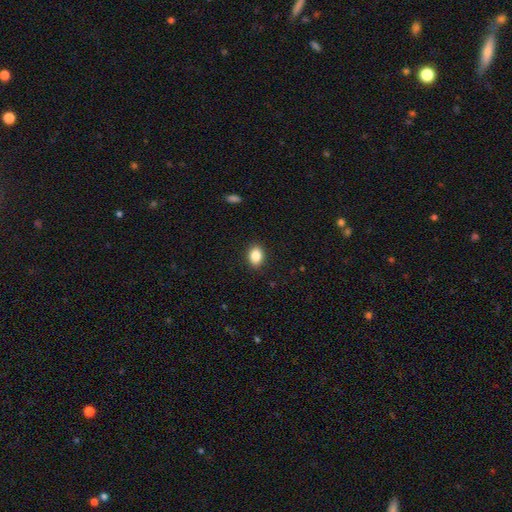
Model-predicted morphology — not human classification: Smooth or featured: smooth — 87% (star or artifact — 9%)
How rounded: in between — 67% (round — 32%)
Merging: none — 90% (minor disturbance — 7%)